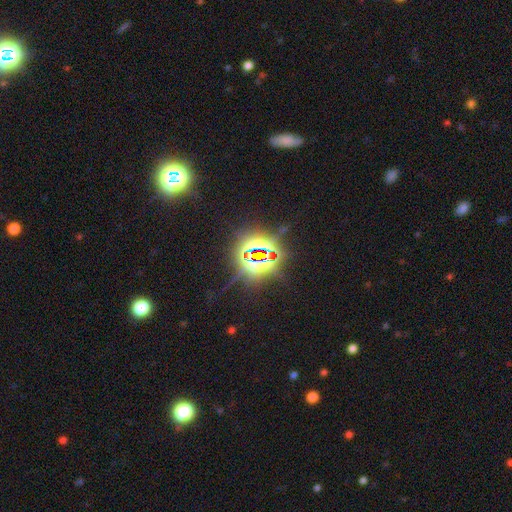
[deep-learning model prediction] Smooth or featured: star or artifact — 82% (smooth — 10%)